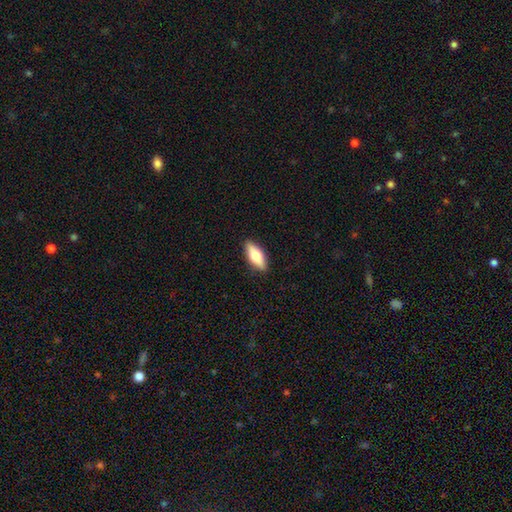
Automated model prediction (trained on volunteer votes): The model was most divided on "smooth or featured": smooth: 65%, featured or disk: 29%, star or artifact: 6%. More confident: merging — none (89%); how rounded — in between (72%).